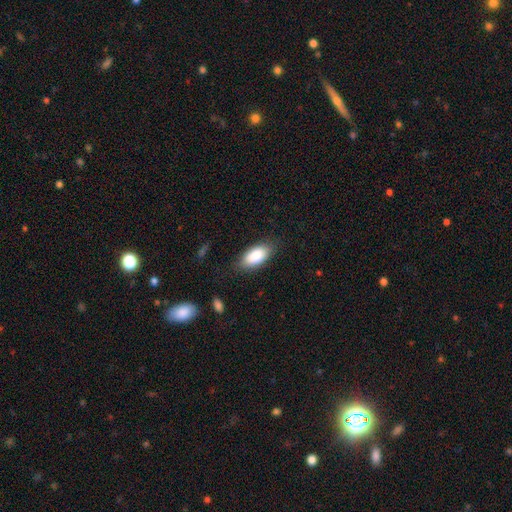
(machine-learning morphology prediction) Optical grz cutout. It shows a smooth galaxy with no disk features (87%) that is in between round and cigar-shaped (90%). Merging: none (80%).